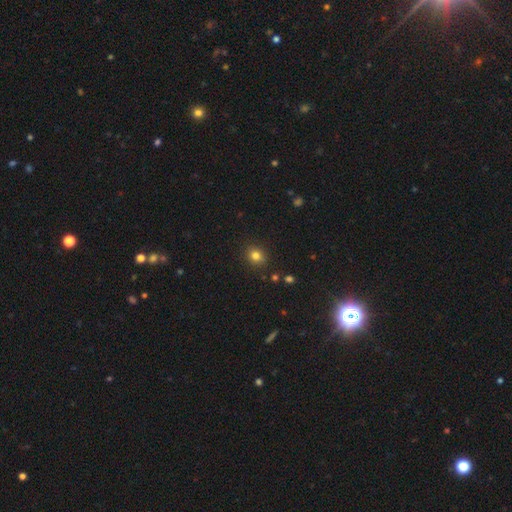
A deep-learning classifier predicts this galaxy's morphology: This is clearly a smooth galaxy (80%). How rounded: likely round (74%). Merging: clearly none (88%).